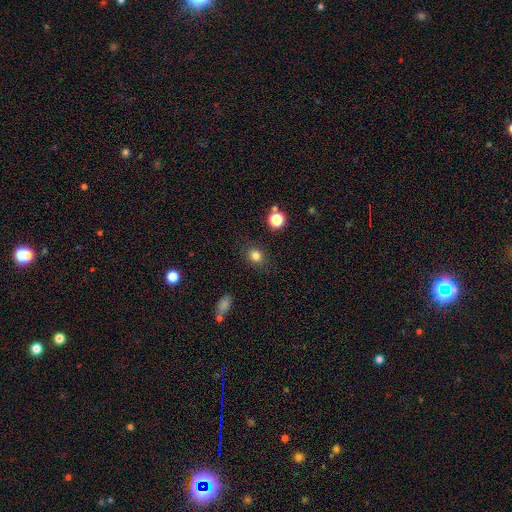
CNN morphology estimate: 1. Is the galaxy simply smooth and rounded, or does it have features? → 81% smooth, 12% star or artifact, 6% featured or disk.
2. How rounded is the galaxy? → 63% round, 36% in between, 1% cigar-shaped.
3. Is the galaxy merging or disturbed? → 84% none, 11% minor disturbance, 3% major disturbance, 2% merger.